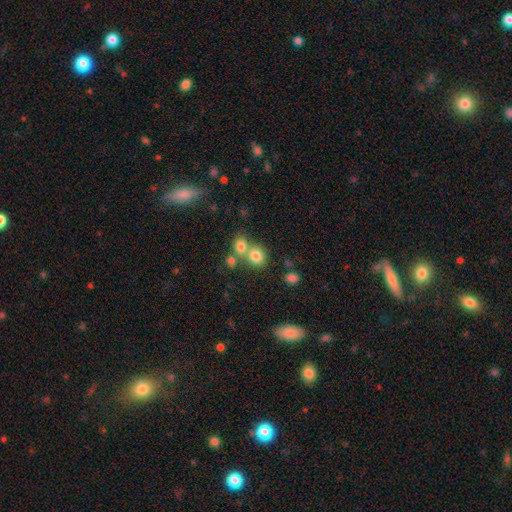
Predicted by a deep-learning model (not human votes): Morphology: type=smooth (79%); roundness=round (75%); merging=none (46%).